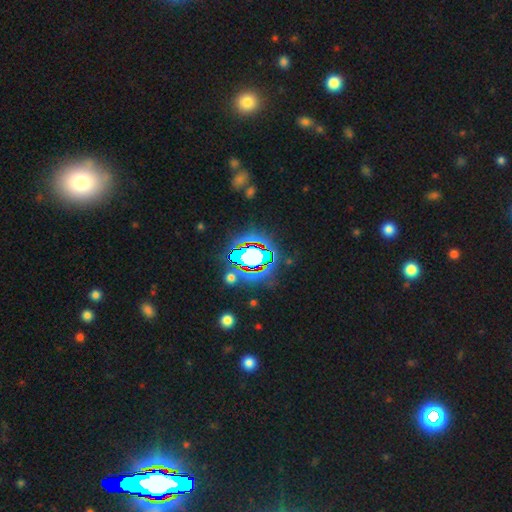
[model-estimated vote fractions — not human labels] Smooth or featured? Predicted: star or artifact (p=0.67).